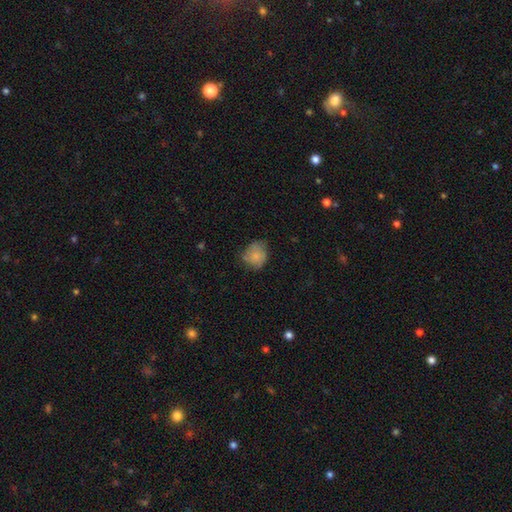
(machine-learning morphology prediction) This appears to be a smooth galaxy with no disk features (75%) that is round (69%). Merging: none (55%).